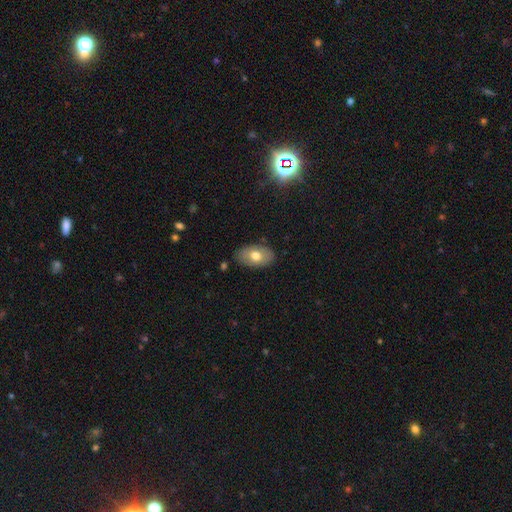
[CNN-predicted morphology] A smooth galaxy with no disk features (71%) that is in between round and cigar-shaped (91%).

Vote fractions:
- Smooth or featured? smooth: 71% / featured or disk: 22% / star or artifact: 7%
- How rounded? in between: 91% / round: 7% / cigar-shaped: 1%
- Merging? none: 83% / minor disturbance: 12% / major disturbance: 3% / merger: 2%